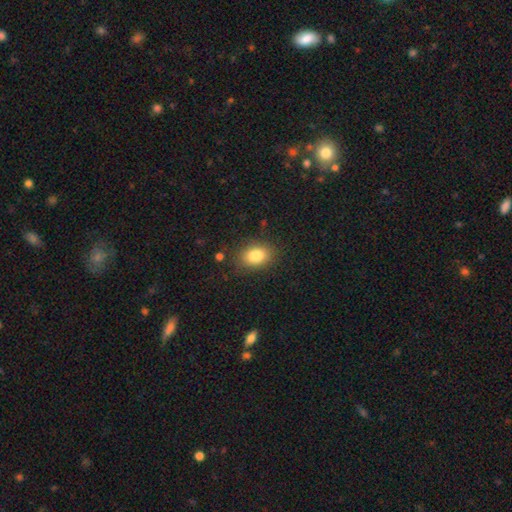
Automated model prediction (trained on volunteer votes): A smooth galaxy with no disk features (82%) that is in between round and cigar-shaped (73%). Merging: none (84%).